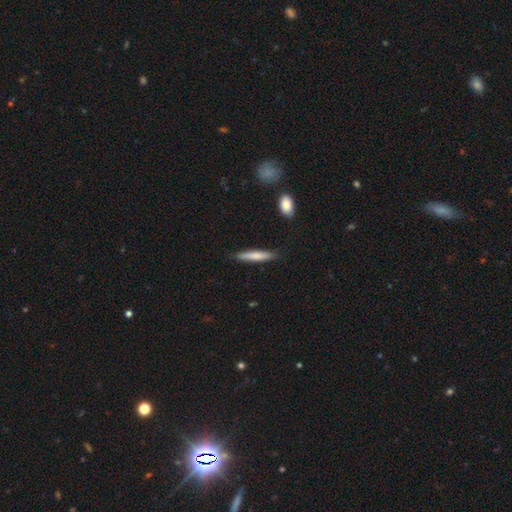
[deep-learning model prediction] This appears to be a smooth galaxy with no disk features (71%) that is cigar-shaped (91%). Merging: none (85%).